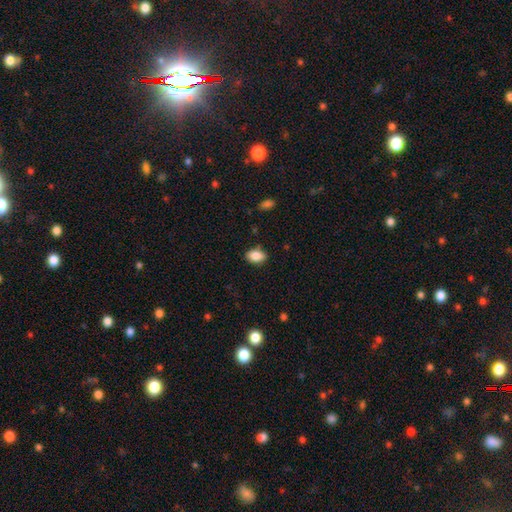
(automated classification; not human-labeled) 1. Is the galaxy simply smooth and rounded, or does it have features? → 87% smooth, 8% star or artifact, 5% featured or disk.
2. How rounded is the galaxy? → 83% in between, 15% round, 1% cigar-shaped.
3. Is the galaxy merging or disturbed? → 84% none, 12% minor disturbance, 3% major disturbance, 1% merger.